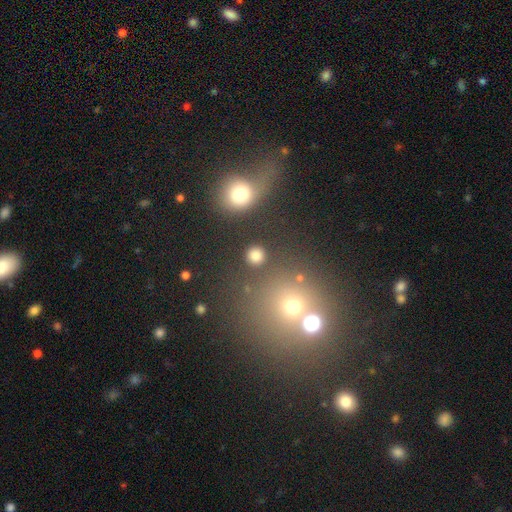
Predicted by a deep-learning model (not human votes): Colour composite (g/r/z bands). It shows a smooth galaxy with no disk features (83%) that is round (91%). Merging: none (88%).